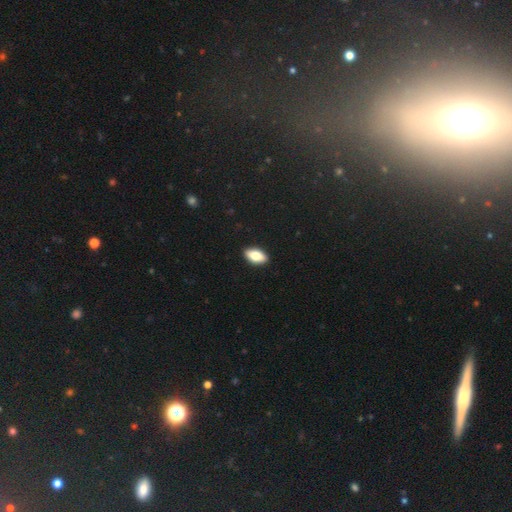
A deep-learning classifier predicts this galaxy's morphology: type=smooth (79%); roundness=in between (91%); merging=none (91%).